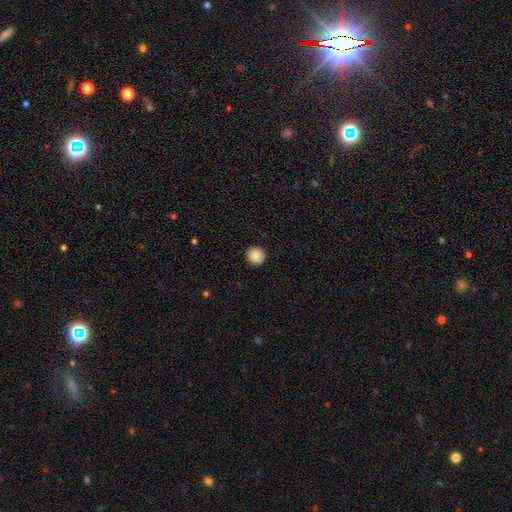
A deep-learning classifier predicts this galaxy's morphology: smooth_or_featured: smooth (p=0.88) [alt: star or artifact p=0.08]
how_rounded: round (p=0.91) [alt: in between p=0.08]
merging: none (p=0.92) [alt: minor disturbance p=0.06]